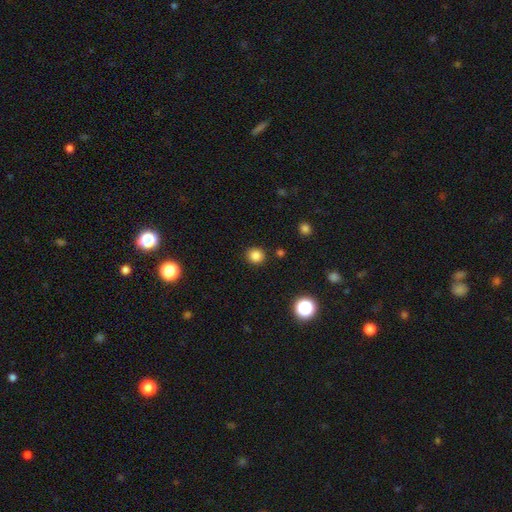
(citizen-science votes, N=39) Smooth or featured: smooth — 92% (star or artifact — 8%)
How rounded: round — 92% (in between — 8%)
Merging: none — 94% (minor disturbance — 6%)